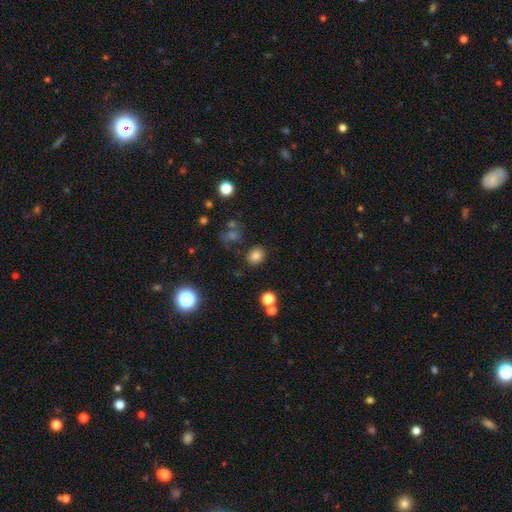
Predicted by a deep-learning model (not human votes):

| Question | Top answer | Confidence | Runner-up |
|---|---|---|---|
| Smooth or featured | smooth | 81% | star or artifact (13%) |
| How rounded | round | 61% | in between (38%) |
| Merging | none | 83% | minor disturbance (10%) |